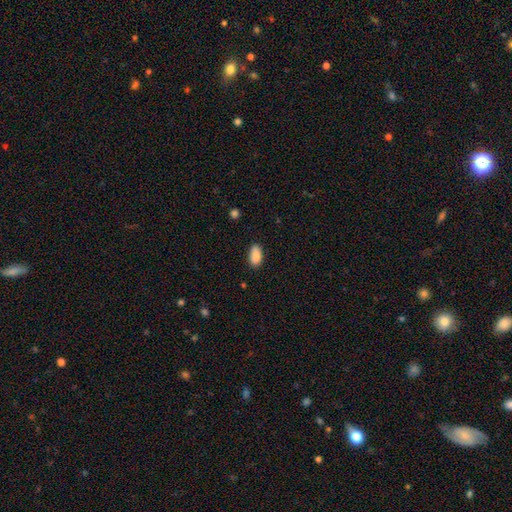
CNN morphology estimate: This appears to be a smooth galaxy with no disk features (87%) that is in between round and cigar-shaped (93%). Merging: none (85%).